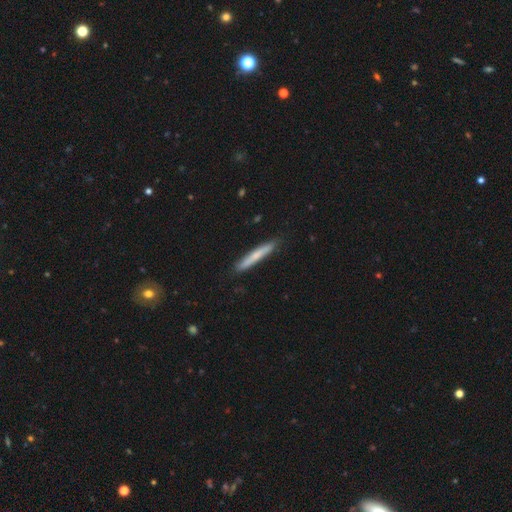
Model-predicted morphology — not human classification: The model was most divided on "smooth or featured": smooth: 63%, featured or disk: 32%, star or artifact: 6%. More confident: how rounded — cigar-shaped (96%); merging — none (88%).